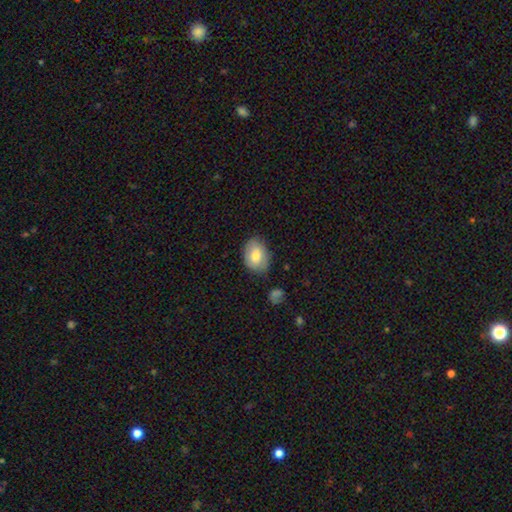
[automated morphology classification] Smooth or featured: smooth — 74% (featured or disk — 19%)
How rounded: in between — 73% (round — 26%)
Merging: none — 74% (minor disturbance — 19%)